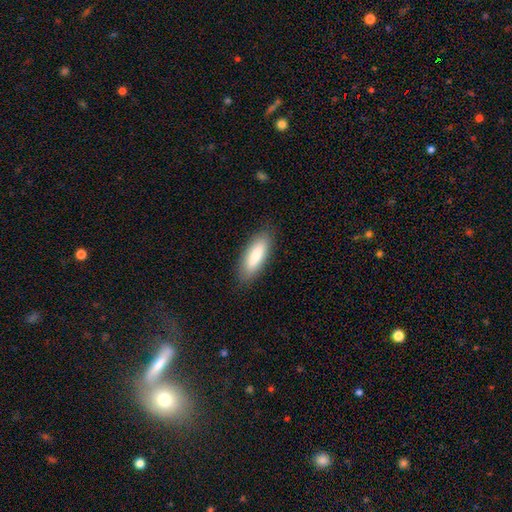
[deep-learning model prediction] This is clearly a smooth galaxy (82%). How rounded: likely in between (61%). Merging: clearly none (86%).